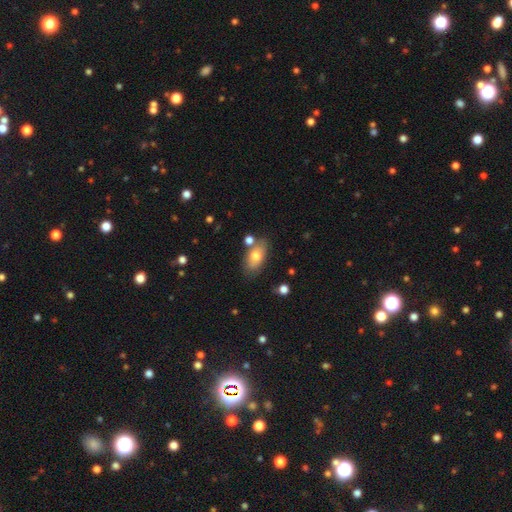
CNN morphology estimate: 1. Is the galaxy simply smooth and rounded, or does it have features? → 71% smooth, 21% featured or disk, 8% star or artifact.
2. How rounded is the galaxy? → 89% in between, 6% round, 5% cigar-shaped.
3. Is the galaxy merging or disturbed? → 68% none, 17% minor disturbance, 10% merger, 5% major disturbance.